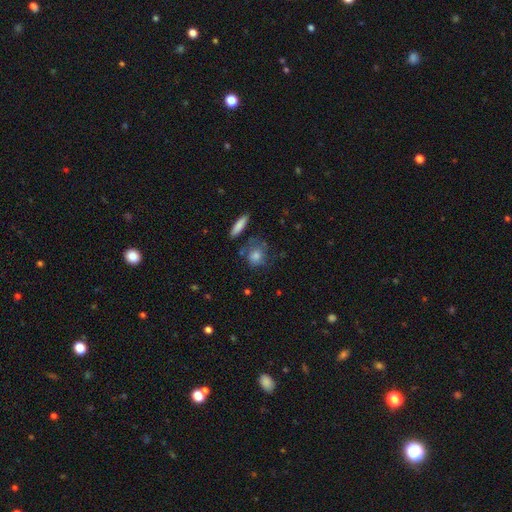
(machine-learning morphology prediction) Q: Smooth or featured?
A: smooth (64%); runner-up: featured or disk (24%)
Q: How rounded?
A: round (65%); runner-up: in between (29%)
Q: Merging?
A: none (60%); runner-up: minor disturbance (20%)